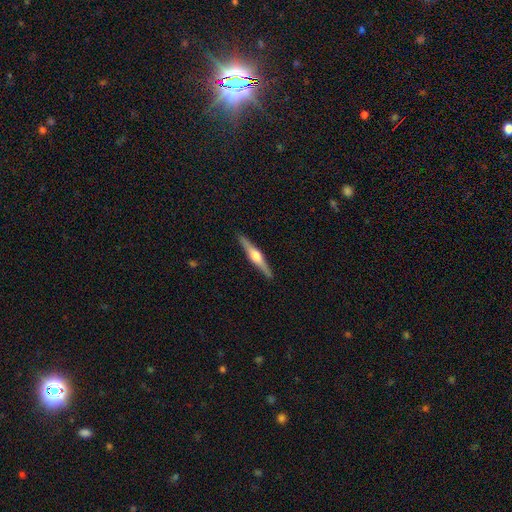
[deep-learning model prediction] Overall: featured or disk (77%). Edge-on disk: yes (98%). Edge-on bulge: rounded (91%). Merging: none (92%).